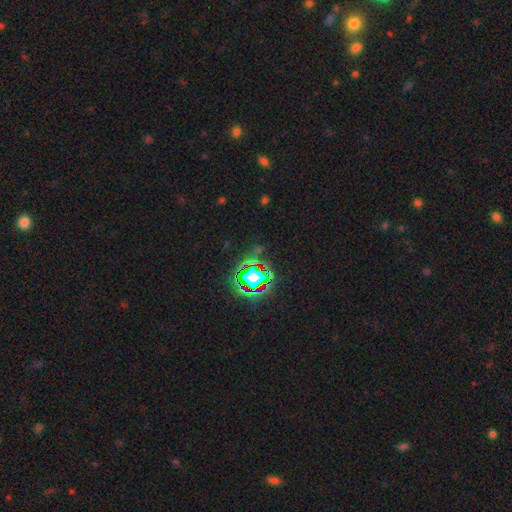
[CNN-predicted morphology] Smooth or featured? star or artifact (79%)